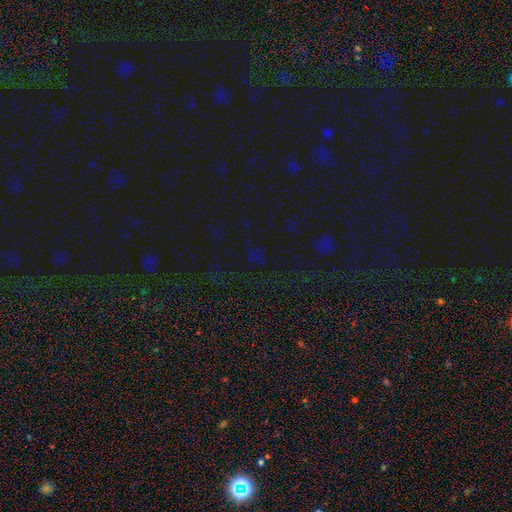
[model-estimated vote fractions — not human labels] This is likely a star or artifact rather than a galaxy (73%).